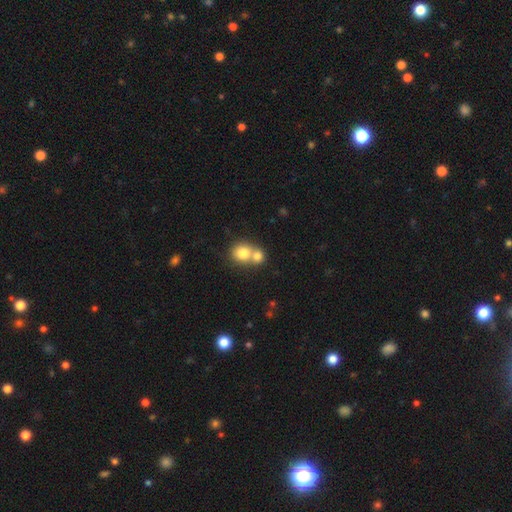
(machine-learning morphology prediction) This appears to be a smooth galaxy with no disk features (76%) that is round (81%). Merging: merger (58%).